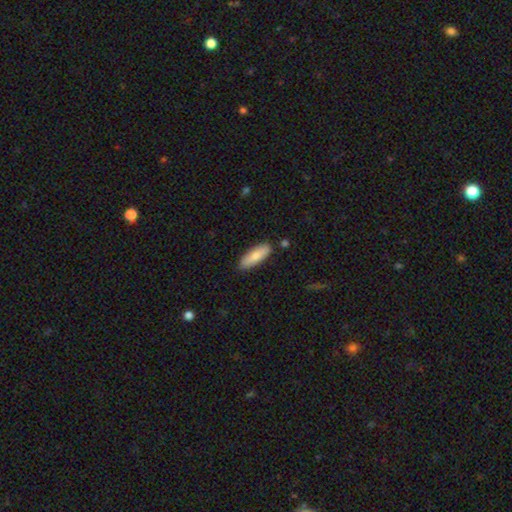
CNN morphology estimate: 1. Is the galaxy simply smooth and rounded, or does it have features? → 79% smooth, 15% featured or disk, 6% star or artifact.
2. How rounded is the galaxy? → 62% in between, 36% cigar-shaped, 2% round.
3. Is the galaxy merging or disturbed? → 85% none, 11% minor disturbance, 2% merger, 2% major disturbance.